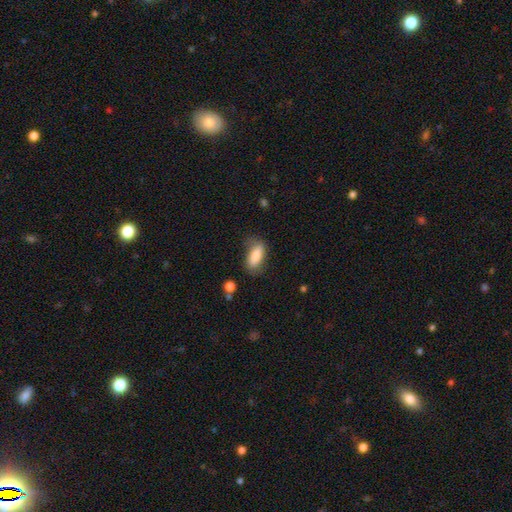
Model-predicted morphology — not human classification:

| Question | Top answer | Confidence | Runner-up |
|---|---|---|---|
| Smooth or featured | smooth | 82% | featured or disk (11%) |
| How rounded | in between | 81% | cigar-shaped (16%) |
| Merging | none | 65% | minor disturbance (25%) |